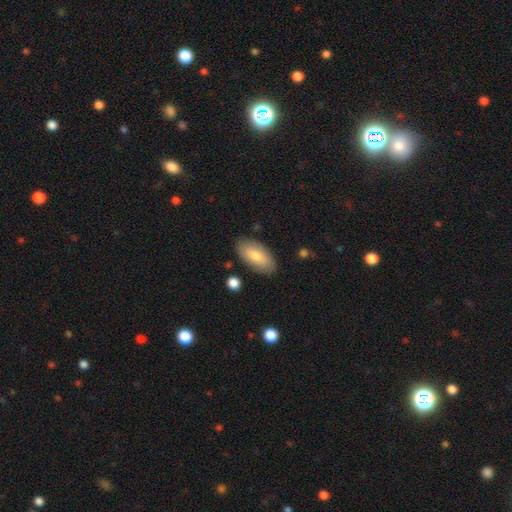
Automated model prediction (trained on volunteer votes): A smooth galaxy with no disk features (75%) that is in between round and cigar-shaped (93%).

Vote fractions:
- Smooth or featured? smooth: 75% / featured or disk: 19% / star or artifact: 6%
- How rounded? in between: 93% / cigar-shaped: 5% / round: 3%
- Merging? none: 85% / minor disturbance: 11% / major disturbance: 2% / merger: 2%